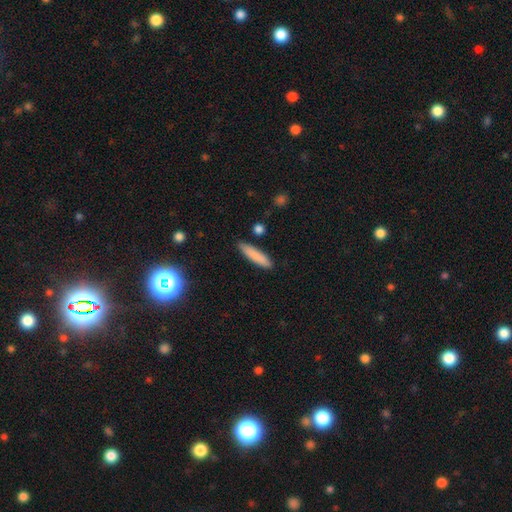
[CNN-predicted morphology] The model was most divided on "how rounded": cigar-shaped: 85%, in between: 13%, round: 1%. More confident: merging — none (86%); smooth or featured — smooth (83%).